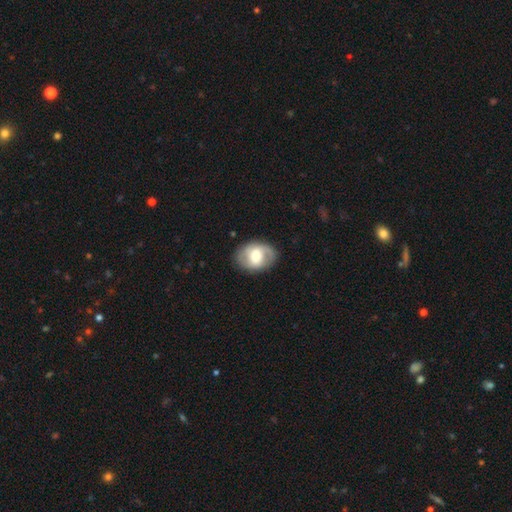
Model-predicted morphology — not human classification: smooth-or-featured: featured or disk: 52% | smooth: 42% | star or artifact: 7%
  disk-edge-on: no: 94% | yes: 6%
  merging: none: 81% | minor disturbance: 13% | major disturbance: 5% | merger: 1%